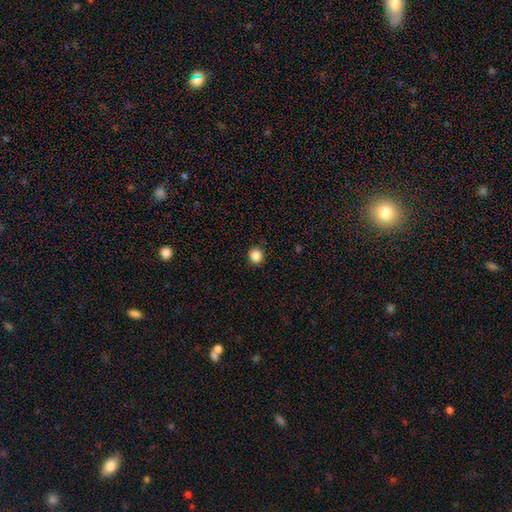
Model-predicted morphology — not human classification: Smooth or featured?
  - smooth: 86% *
  - star or artifact: 10%
  - featured or disk: 3%
How rounded?
  - round: 88% *
  - in between: 11%
  - cigar-shaped: 1%
Merging?
  - none: 92% *
  - minor disturbance: 6%
  - major disturbance: 2%
  - merger: 1%